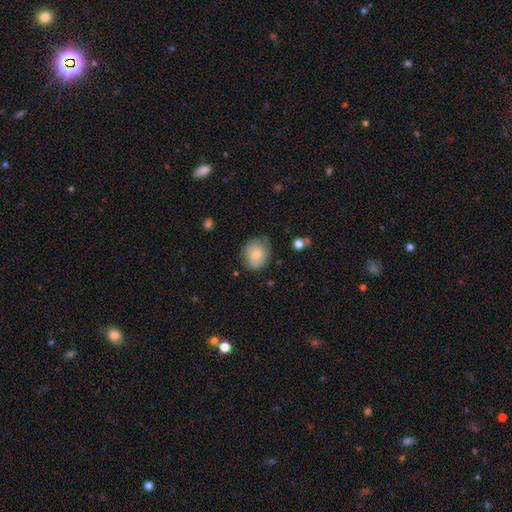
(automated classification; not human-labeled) Overall: smooth (77%). How rounded: round (55%; in between 44%). Merging: none (64%; minor disturbance 27%).